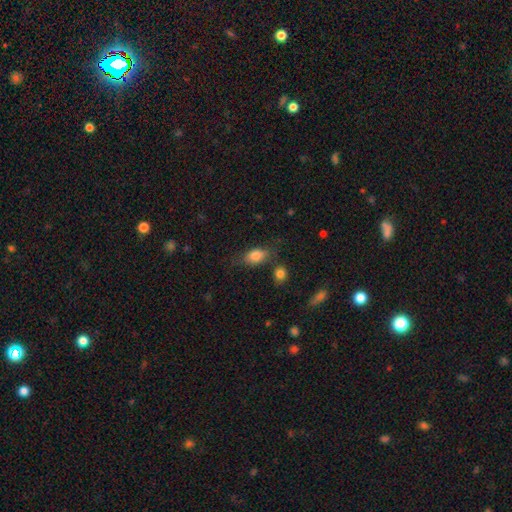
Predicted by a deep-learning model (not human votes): A smooth galaxy with no disk features (82%) that is in between round and cigar-shaped (85%). Merging: none (68%).